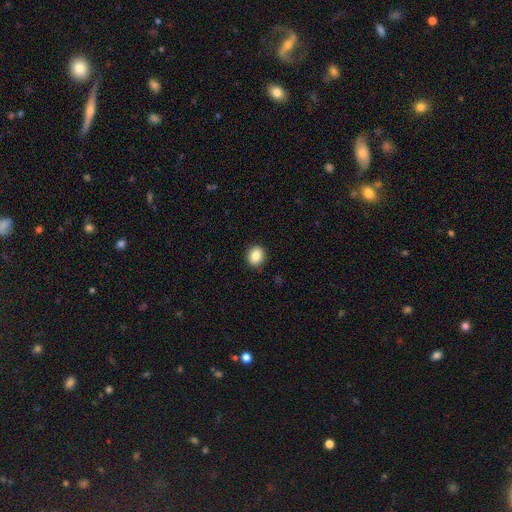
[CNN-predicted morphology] The model was most divided on "how rounded": round: 67%, in between: 32%, cigar-shaped: 1%. More confident: merging — none (91%); smooth or featured — smooth (85%).